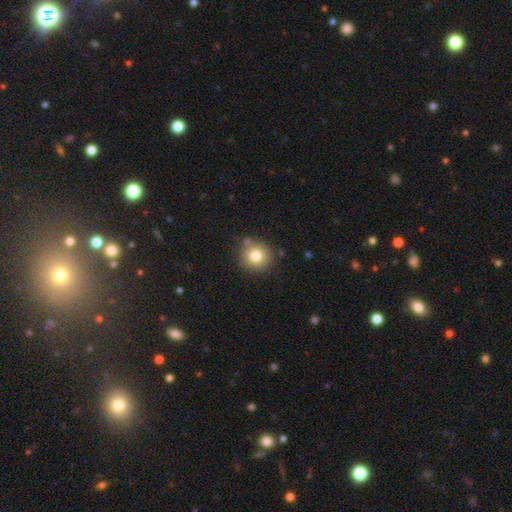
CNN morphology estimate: Smooth or featured? Predicted: smooth (p=0.78). How rounded? Predicted: round (p=0.91). Merging? Predicted: none (p=0.78).